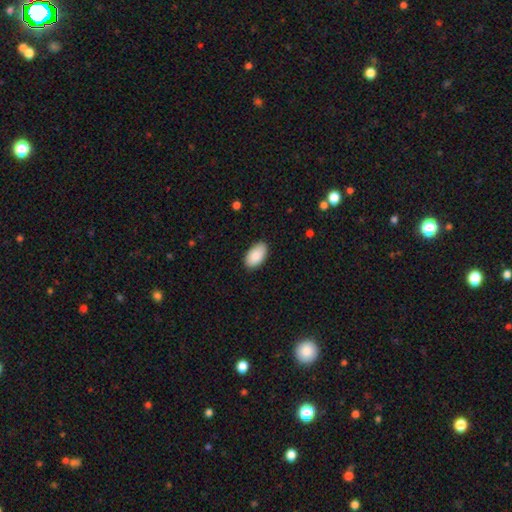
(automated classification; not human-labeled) Smooth or featured?
  - smooth: 90% *
  - star or artifact: 6%
  - featured or disk: 4%
How rounded?
  - in between: 96% *
  - round: 3%
  - cigar-shaped: 1%
Merging?
  - none: 86% *
  - minor disturbance: 11%
  - major disturbance: 2%
  - merger: 1%